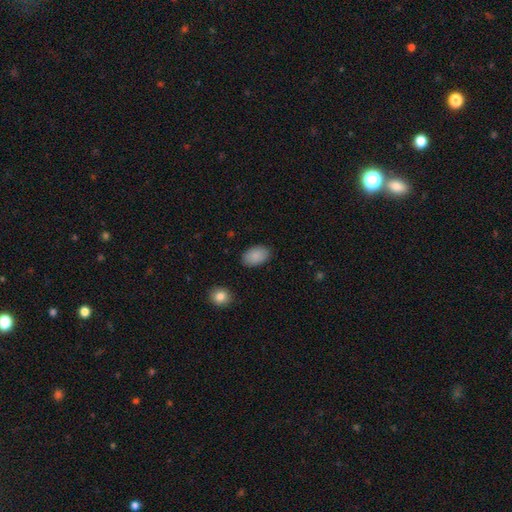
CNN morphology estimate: This is clearly a smooth galaxy (89%). How rounded: clearly in between (90%). Merging: clearly none (87%).